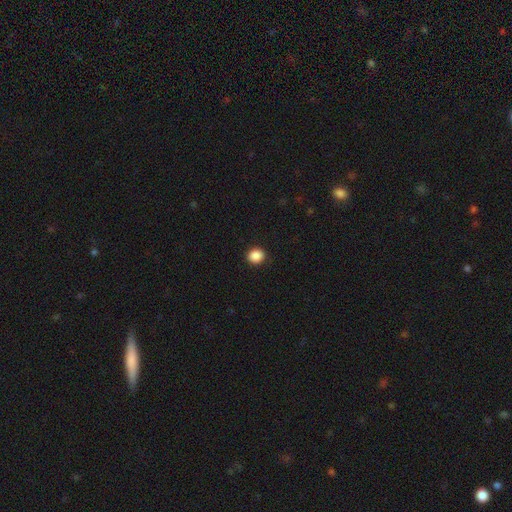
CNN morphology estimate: This is clearly a smooth galaxy (88%). How rounded: likely round (75%). Merging: clearly none (91%).